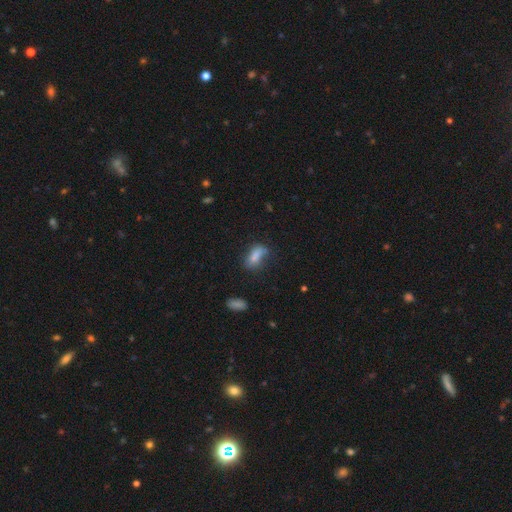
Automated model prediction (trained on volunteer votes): This is likely a smooth galaxy (76%). How rounded: clearly in between (83%). Merging: possibly none (47%).